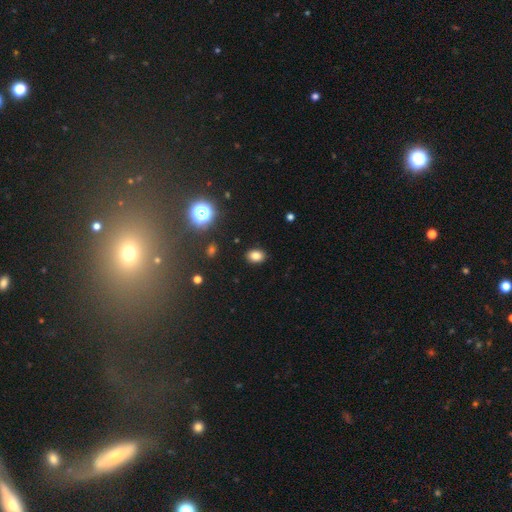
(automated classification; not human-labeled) Morphology: type=smooth (81%); roundness=in between (72%); merging=none (89%).